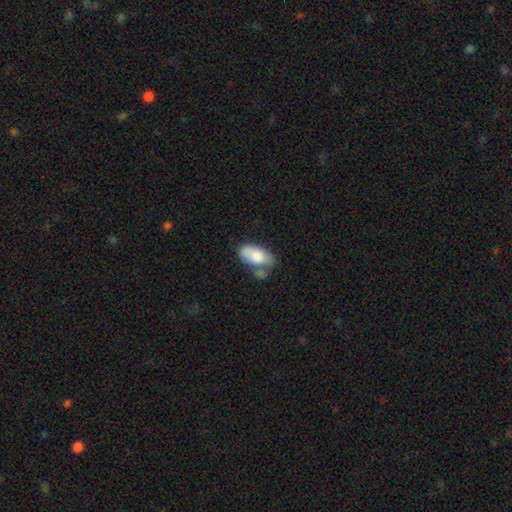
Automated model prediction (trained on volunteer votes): smooth-or-featured: smooth: 77% | featured or disk: 16% | star or artifact: 6%
  how-rounded: in between: 91% | cigar-shaped: 5% | round: 4%
  merging: none: 39% | merger: 26% | minor disturbance: 25% | major disturbance: 11%